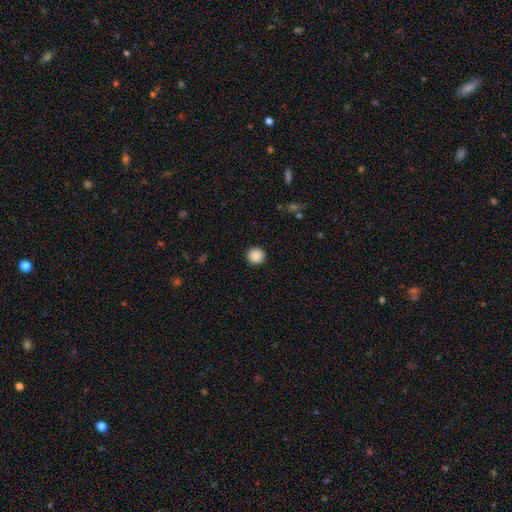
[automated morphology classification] Smooth or featured? smooth (88%)
How rounded? round (94%)
Merging? none (93%)